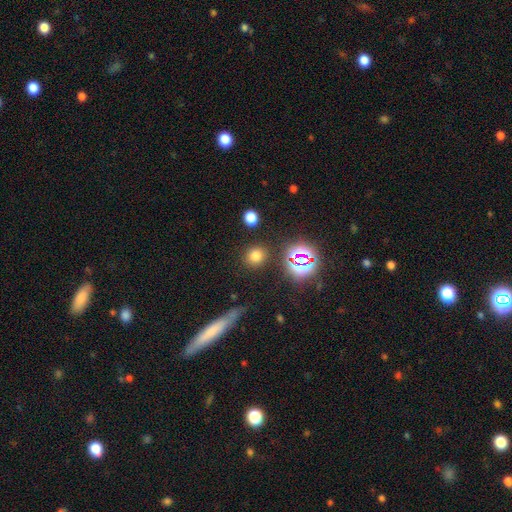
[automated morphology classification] smooth 71%, star or artifact 22%, featured or disk 7%. Down the decision tree: how rounded — round (81%); merging — none (85%).